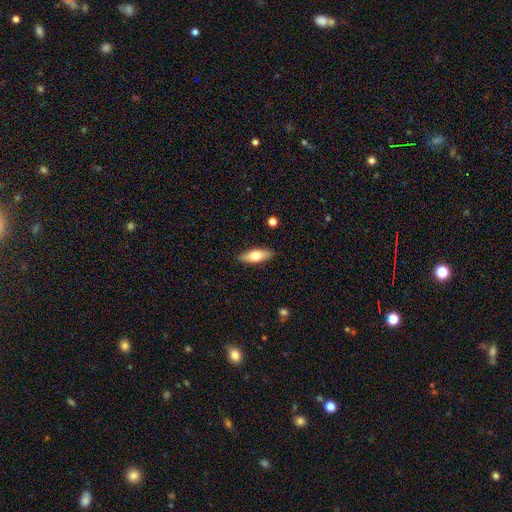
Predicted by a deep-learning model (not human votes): Smooth or featured: smooth — 67% (featured or disk — 27%)
How rounded: in between — 69% (cigar-shaped — 28%)
Merging: none — 89% (minor disturbance — 8%)